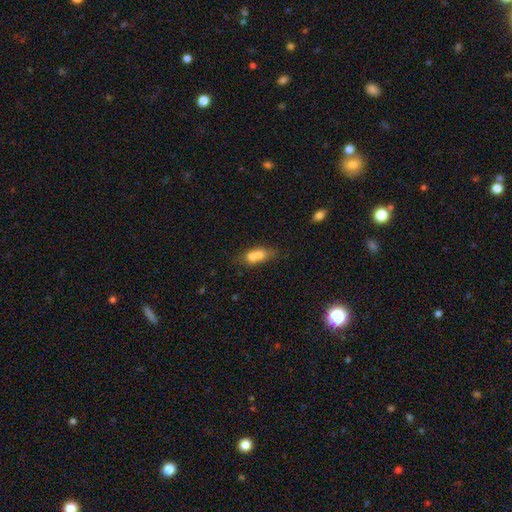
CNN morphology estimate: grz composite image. It shows a smooth galaxy with no disk features (65%) that is in between round and cigar-shaped (59%). Merging: merger (61%).